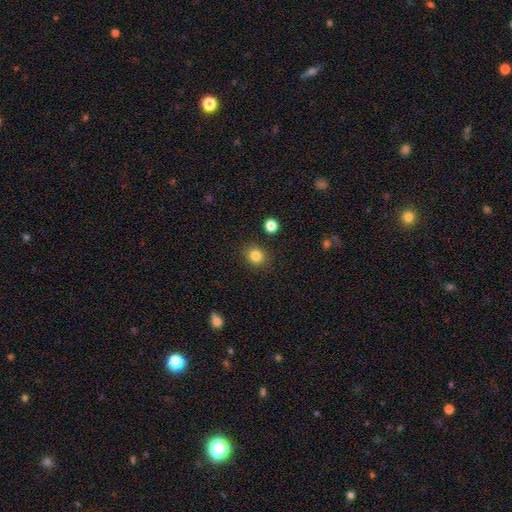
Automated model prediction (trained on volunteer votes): smooth-or-featured: smooth: 84% | star or artifact: 11% | featured or disk: 5%
  how-rounded: round: 81% | in between: 18% | cigar-shaped: 1%
  merging: none: 88% | minor disturbance: 8% | major disturbance: 3% | merger: 2%